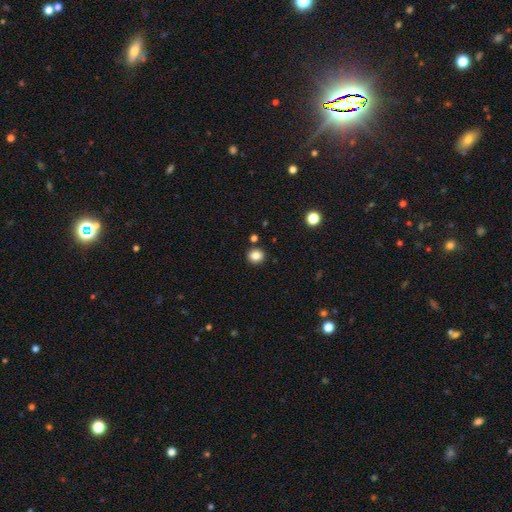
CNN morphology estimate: type=smooth (84%); roundness=round (87%); merging=none (89%).